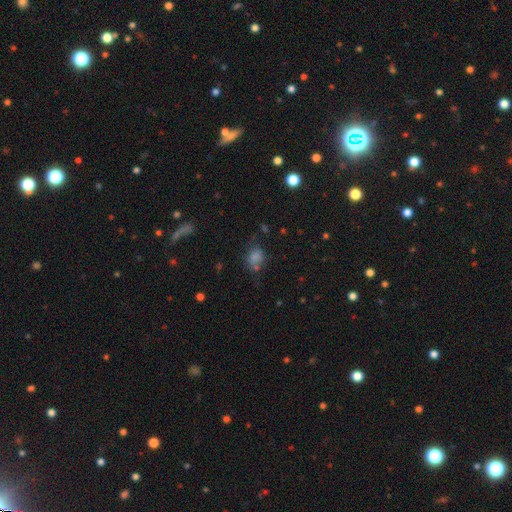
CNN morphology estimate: This appears to be a smooth galaxy with no disk features (72%) that is in between round and cigar-shaped (51%). Merging: none (56%).